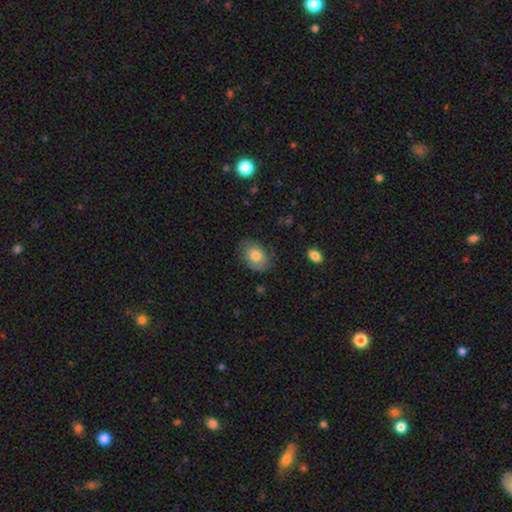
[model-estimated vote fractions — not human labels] Smooth or featured? Predicted: smooth (p=0.71). How rounded? Predicted: in between (p=0.70). Merging? Predicted: none (p=0.72).